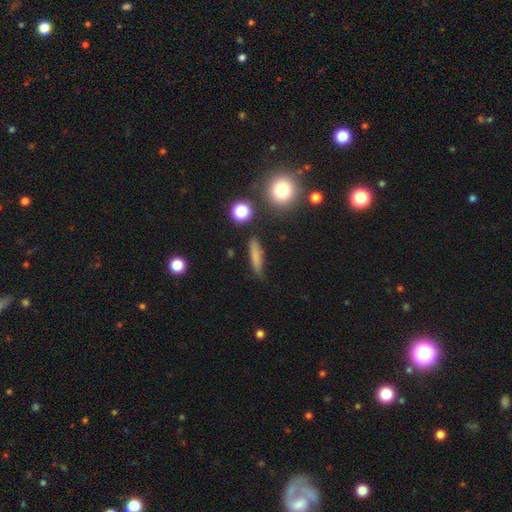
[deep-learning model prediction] This appears to be a smooth galaxy with no disk features (75%) that is cigar-shaped (79%). Merging: none (81%).